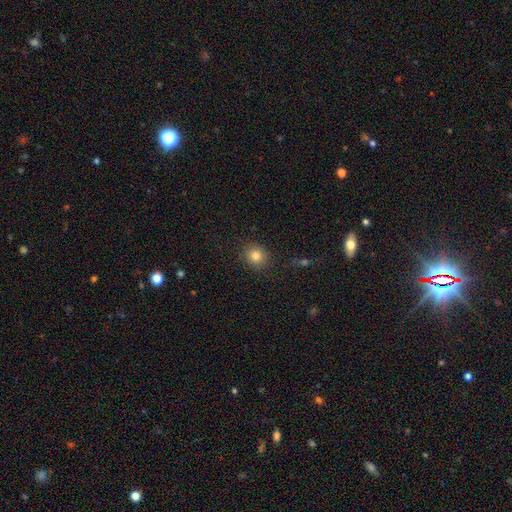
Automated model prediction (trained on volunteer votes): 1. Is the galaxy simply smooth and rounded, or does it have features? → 81% smooth, 12% star or artifact, 7% featured or disk.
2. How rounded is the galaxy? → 84% round, 15% in between, 1% cigar-shaped.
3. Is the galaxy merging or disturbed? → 87% none, 8% minor disturbance, 3% major disturbance, 2% merger.